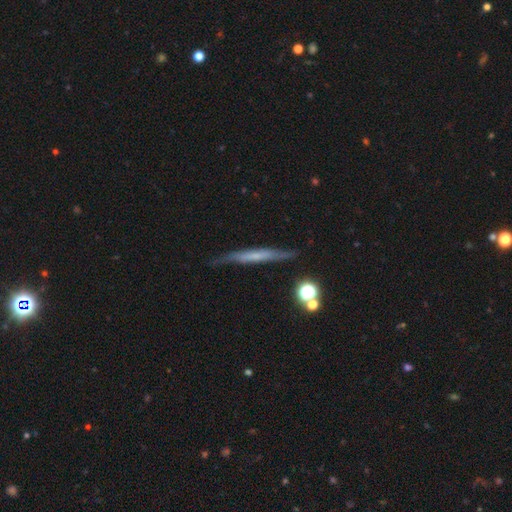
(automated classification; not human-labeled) Smooth or featured: featured or disk — 52% (smooth — 40%)
Edge-on disk: yes — 90% (no — 10%)
Merging: none — 78% (minor disturbance — 16%)